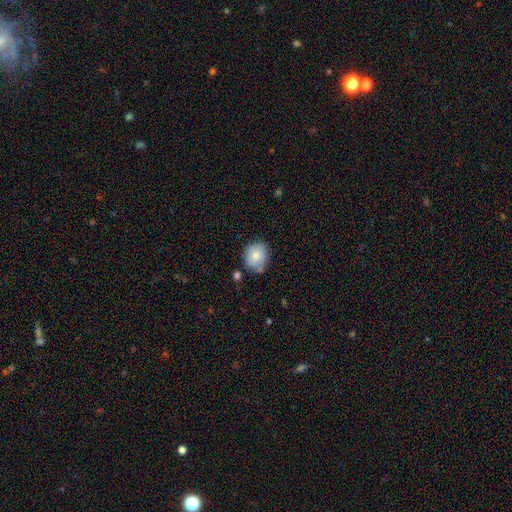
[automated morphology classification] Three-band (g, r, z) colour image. It shows a smooth galaxy with no disk features (79%) that is round (69%). Merging: none (61%).